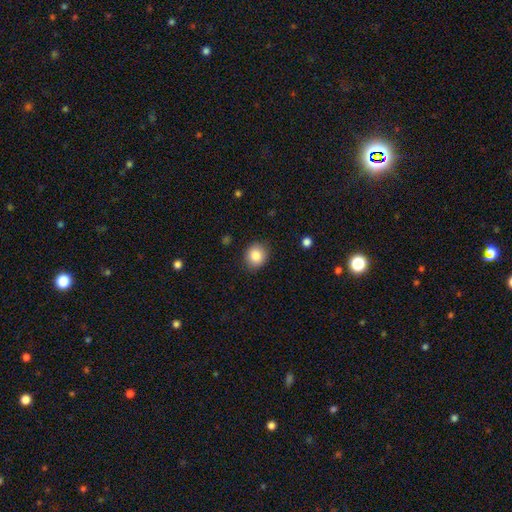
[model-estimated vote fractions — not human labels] Smooth or featured: smooth — 85% (star or artifact — 9%)
How rounded: round — 81% (in between — 18%)
Merging: none — 88% (minor disturbance — 9%)